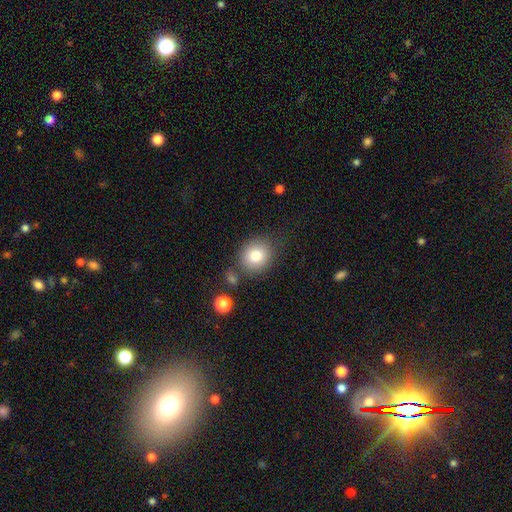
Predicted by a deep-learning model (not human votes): This is likely a smooth galaxy (79%). How rounded: likely round (76%). Merging: likely none (75%).